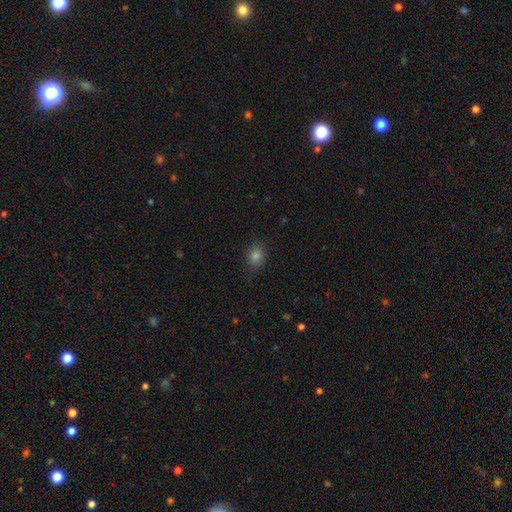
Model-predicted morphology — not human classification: Smooth or featured? Predicted: smooth (p=0.79). How rounded? Predicted: round (p=0.55). Merging? Predicted: none (p=0.85).